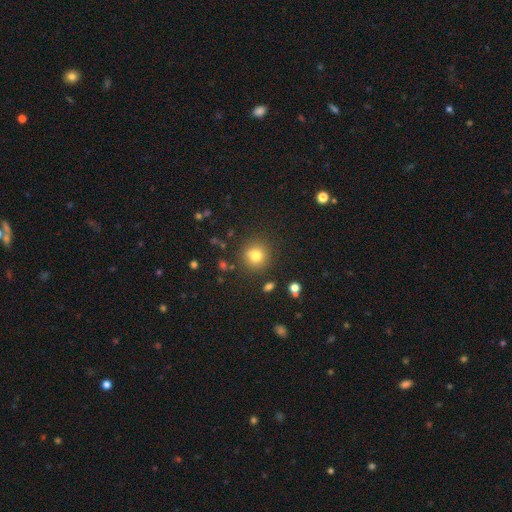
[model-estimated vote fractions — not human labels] This is likely a smooth galaxy (78%). How rounded: clearly round (90%). Merging: clearly none (85%).